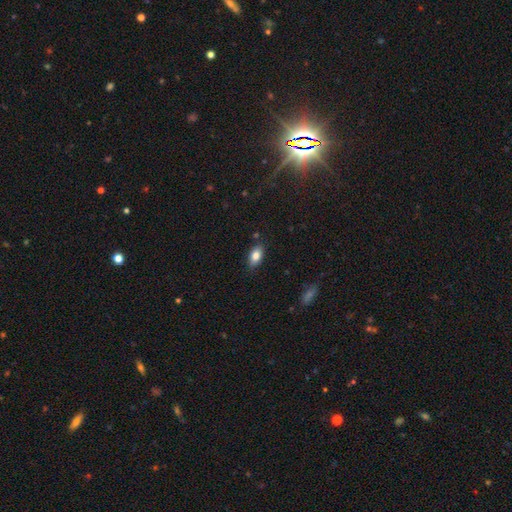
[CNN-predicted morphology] Smooth or featured? smooth (81%)
How rounded? in between (90%)
Merging? none (84%)